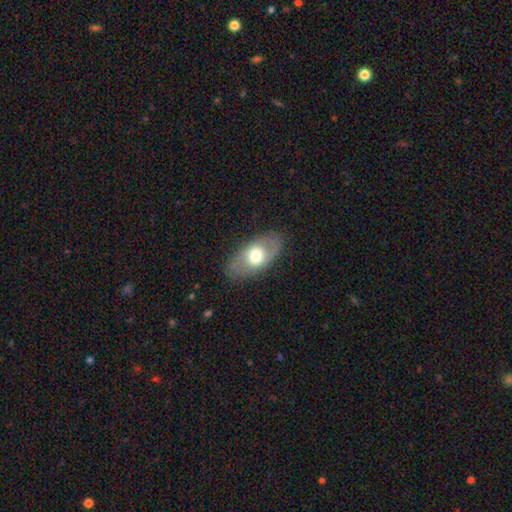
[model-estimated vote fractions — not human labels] smooth 51%, featured or disk 43%, star or artifact 6%. Down the decision tree: how rounded — in between (88%); merging — none (82%).